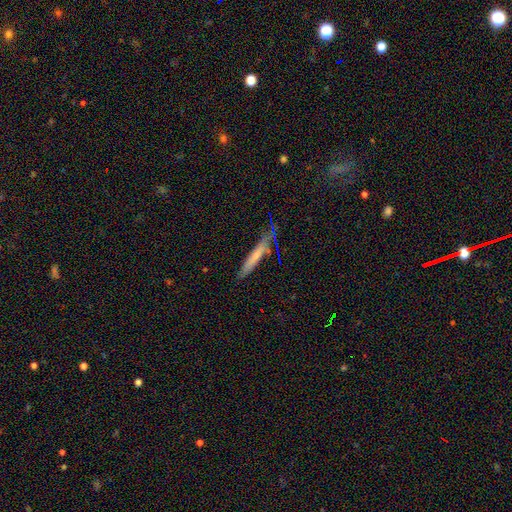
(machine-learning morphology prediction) Overall: smooth (61%; featured or disk 32%). How rounded: cigar-shaped (93%). Merging: none (71%).